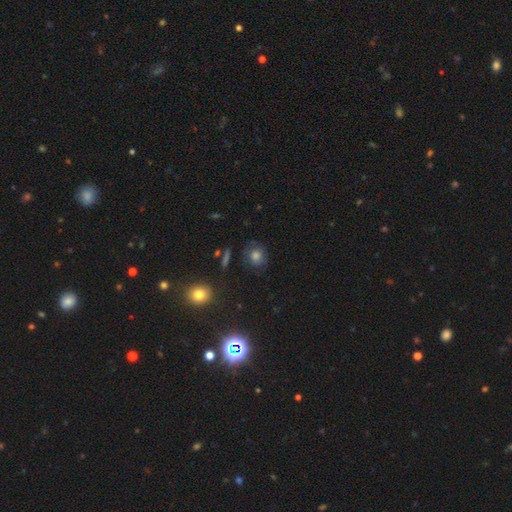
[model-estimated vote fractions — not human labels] Morphology: type=smooth (73%); roundness=round (71%); merging=none (78%).